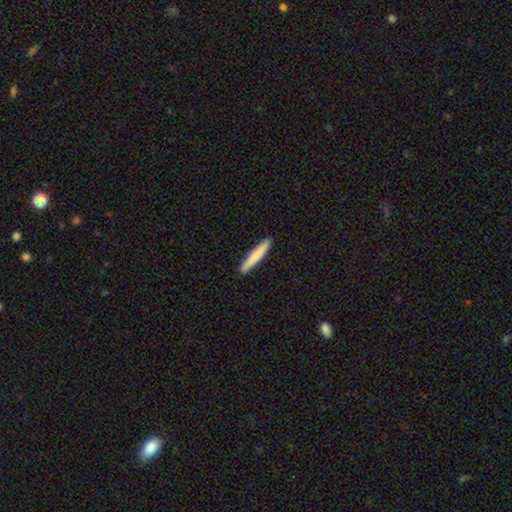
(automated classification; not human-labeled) The model was most divided on "smooth or featured": smooth: 74%, featured or disk: 21%, star or artifact: 5%. More confident: how rounded — cigar-shaped (95%); merging — none (92%).